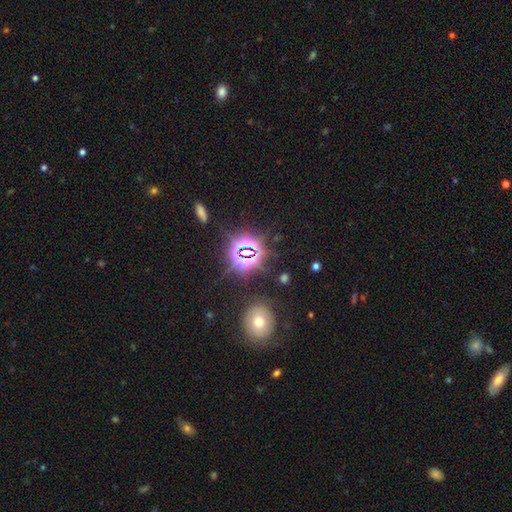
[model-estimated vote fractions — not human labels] A star or artifact, not a galaxy (75%).